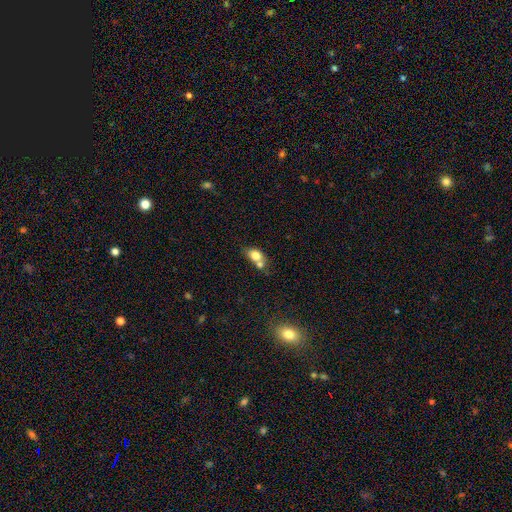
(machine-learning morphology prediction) Smooth or featured? Predicted: smooth (p=0.75). How rounded? Predicted: in between (p=0.69). Merging? Predicted: merger (p=0.52).